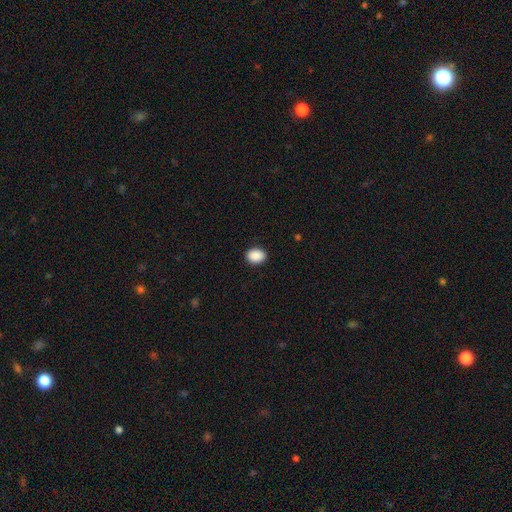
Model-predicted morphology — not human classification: smooth 90%, star or artifact 7%, featured or disk 2%. Down the decision tree: how rounded — in between (71%); merging — none (90%).